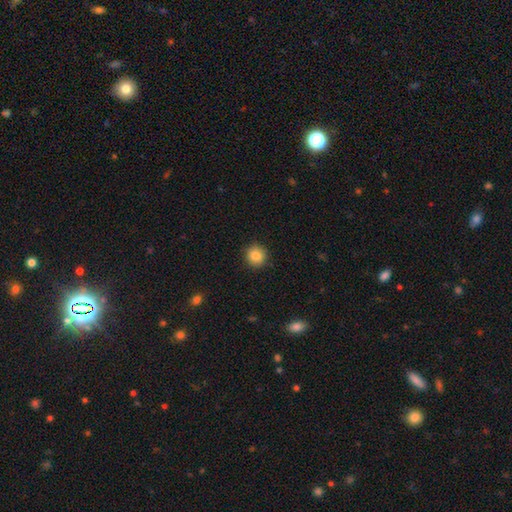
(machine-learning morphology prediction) Overall: smooth (85%). How rounded: round (91%). Merging: none (89%).